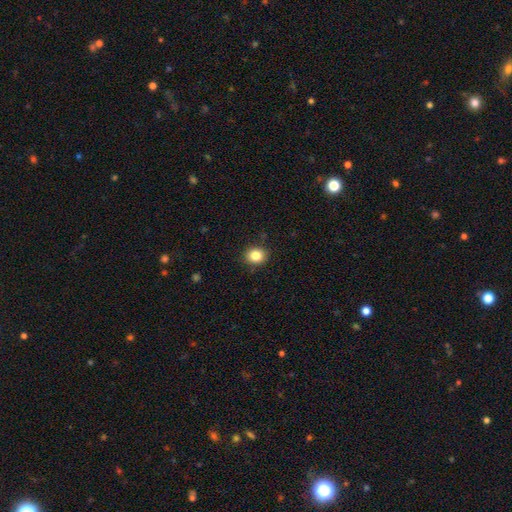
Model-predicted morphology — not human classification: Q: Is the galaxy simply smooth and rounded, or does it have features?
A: smooth — 84%.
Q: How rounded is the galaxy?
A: round — 72%.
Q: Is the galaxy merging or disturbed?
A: none — 88%.